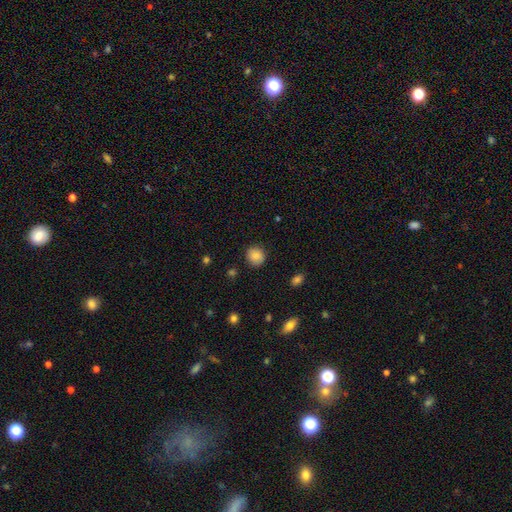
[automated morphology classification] Overall: smooth (84%). How rounded: round (88%). Merging: none (88%).